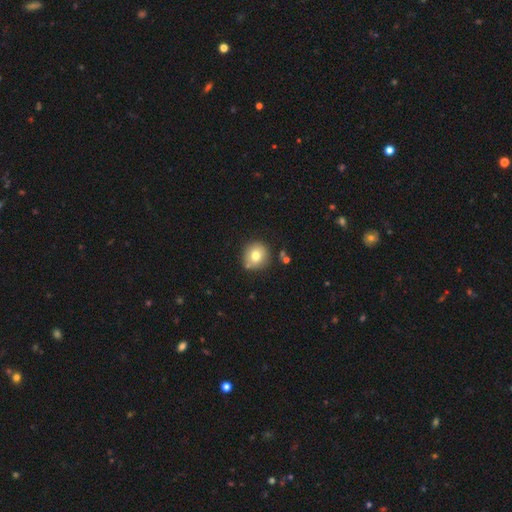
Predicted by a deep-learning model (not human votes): A smooth galaxy with no disk features (75%) that is round (92%).

Vote fractions:
- Smooth or featured? smooth: 75% / featured or disk: 14% / star or artifact: 11%
- How rounded? round: 92% / in between: 7% / cigar-shaped: 1%
- Merging? none: 83% / minor disturbance: 10% / merger: 5% / major disturbance: 3%